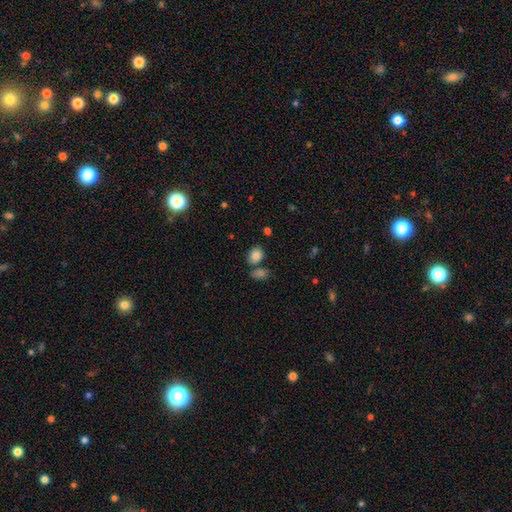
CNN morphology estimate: The model was most divided on "how rounded": in between: 53%, round: 46%, cigar-shaped: 1%. More confident: smooth or featured — smooth (85%); merging — none (66%).